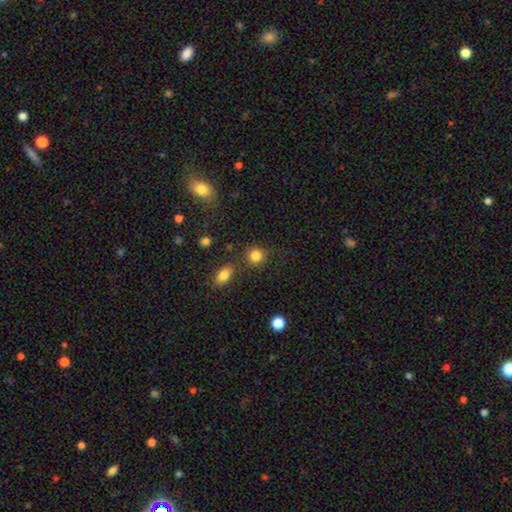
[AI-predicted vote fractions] smooth_or_featured: smooth (p=0.84) [alt: star or artifact p=0.11]
how_rounded: round (p=0.86) [alt: in between p=0.13]
merging: none (p=0.80) [alt: minor disturbance p=0.10]